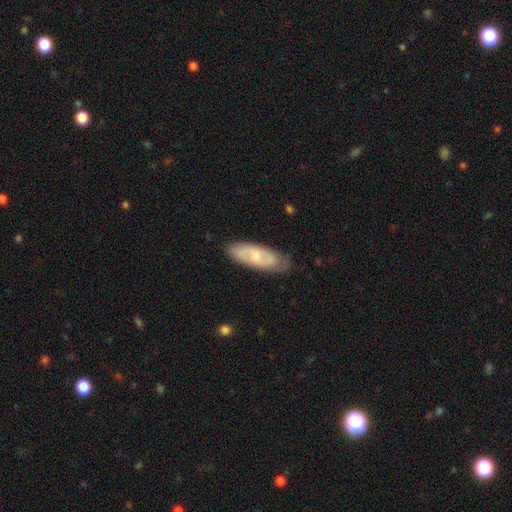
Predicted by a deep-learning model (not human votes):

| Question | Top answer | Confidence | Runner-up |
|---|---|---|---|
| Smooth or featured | featured or disk | 52% | smooth (43%) |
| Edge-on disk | no | 86% | yes (14%) |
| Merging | none | 79% | minor disturbance (17%) |